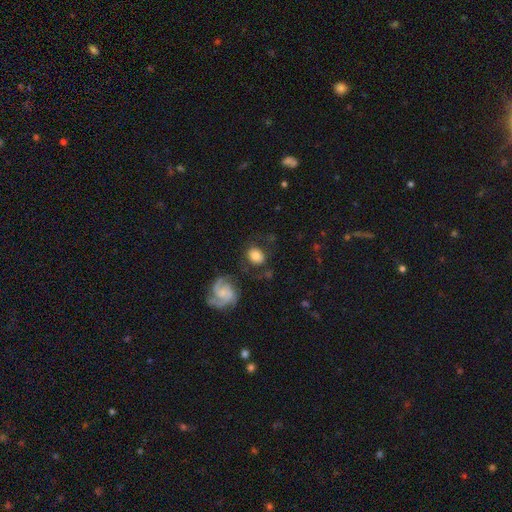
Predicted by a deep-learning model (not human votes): This appears to be a smooth galaxy with no disk features (69%) that is round (54%). Merging: none (70%).